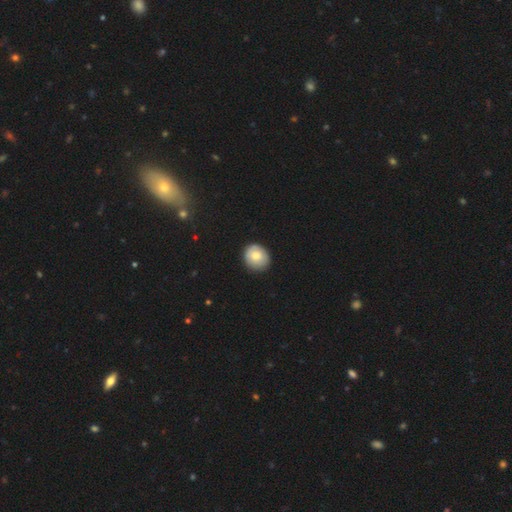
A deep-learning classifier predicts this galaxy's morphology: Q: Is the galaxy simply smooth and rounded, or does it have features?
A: smooth — 76%.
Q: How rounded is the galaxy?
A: round — 77%.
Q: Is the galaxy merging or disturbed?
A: none — 85%.